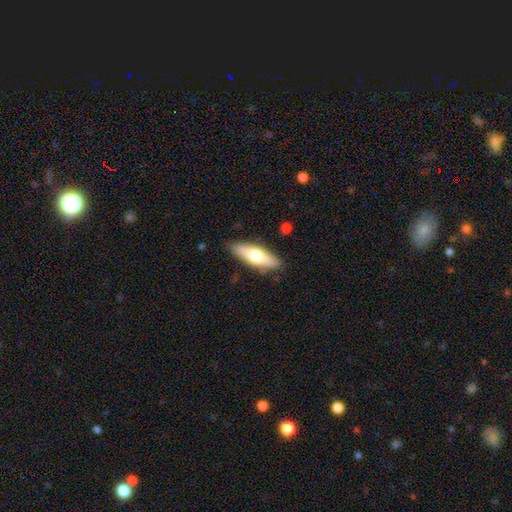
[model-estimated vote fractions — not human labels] smooth 61%, featured or disk 34%, star or artifact 6%. Down the decision tree: how rounded — in between (55%); merging — none (84%).